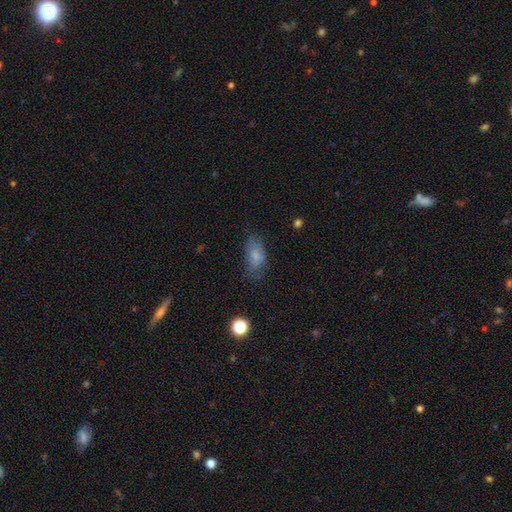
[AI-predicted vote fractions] A smooth galaxy with no disk features (78%) that is in between round and cigar-shaped (89%).

Vote fractions:
- Smooth or featured? smooth: 78% / featured or disk: 12% / star or artifact: 10%
- How rounded? in between: 89% / round: 6% / cigar-shaped: 5%
- Merging? none: 63% / minor disturbance: 25% / major disturbance: 11% / merger: 2%